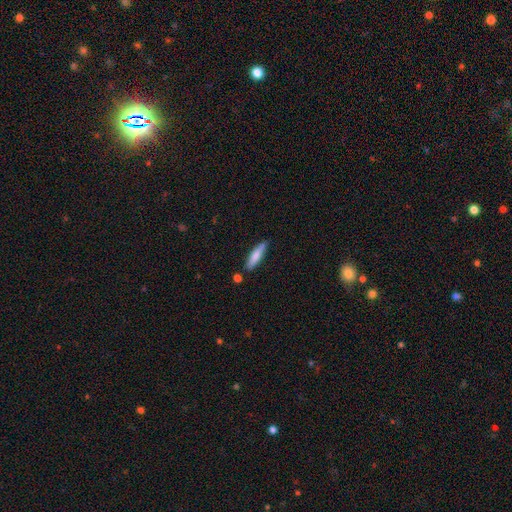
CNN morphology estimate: Smooth or featured? smooth (74%)
How rounded? cigar-shaped (79%)
Merging? none (80%)